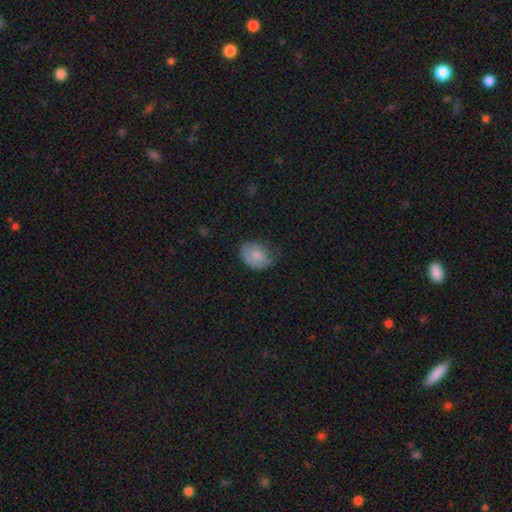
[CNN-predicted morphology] Smooth or featured: smooth — 76% (featured or disk — 17%)
How rounded: in between — 70% (round — 29%)
Merging: none — 49% (minor disturbance — 36%)